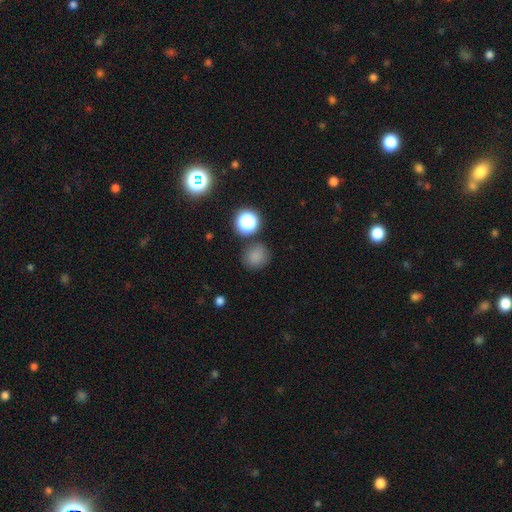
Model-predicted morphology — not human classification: This is likely a smooth galaxy (78%). How rounded: clearly round (82%). Merging: likely none (78%).